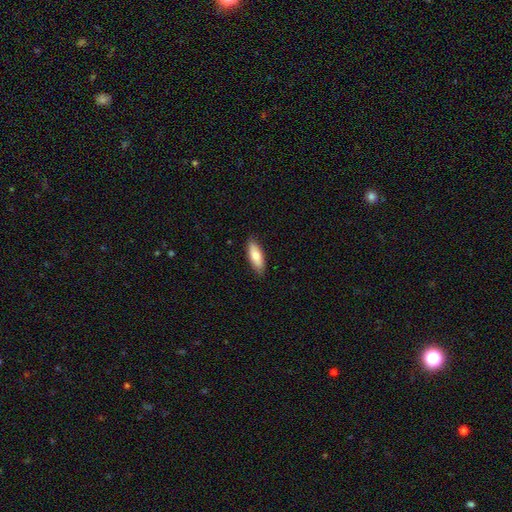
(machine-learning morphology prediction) A smooth galaxy with no disk features (80%) that is in between round and cigar-shaped (65%).

Vote fractions:
- Smooth or featured? smooth: 80% / featured or disk: 15% / star or artifact: 6%
- How rounded? in between: 65% / cigar-shaped: 33% / round: 2%
- Merging? none: 88% / minor disturbance: 9% / major disturbance: 2% / merger: 1%